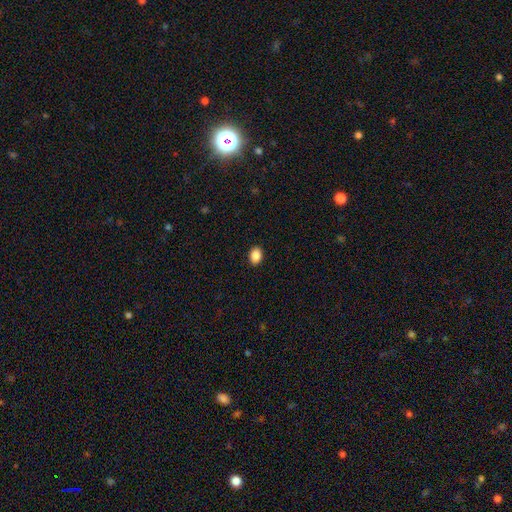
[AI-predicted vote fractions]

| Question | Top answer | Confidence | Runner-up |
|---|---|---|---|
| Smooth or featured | smooth | 89% | star or artifact (8%) |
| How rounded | in between | 72% | round (27%) |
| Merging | none | 91% | minor disturbance (6%) |